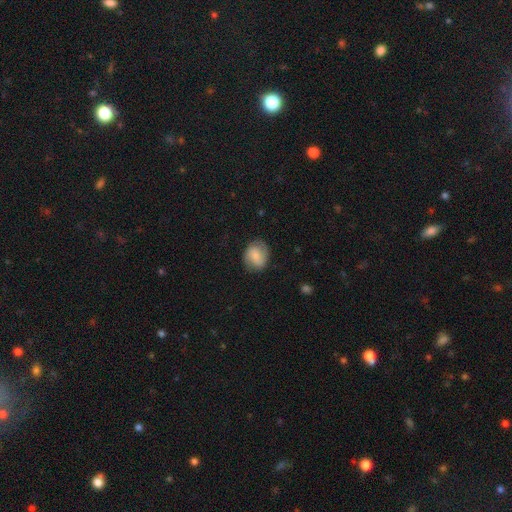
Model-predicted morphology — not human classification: Smooth or featured: smooth — 62% (featured or disk — 31%)
How rounded: round — 58% (in between — 41%)
Merging: none — 79% (minor disturbance — 15%)